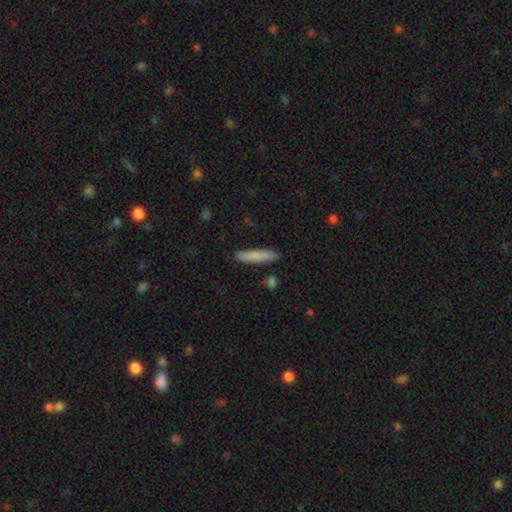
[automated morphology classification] Q: Smooth or featured?
A: smooth (81%); runner-up: featured or disk (13%)
Q: How rounded?
A: cigar-shaped (90%); runner-up: in between (9%)
Q: Merging?
A: none (88%); runner-up: minor disturbance (9%)